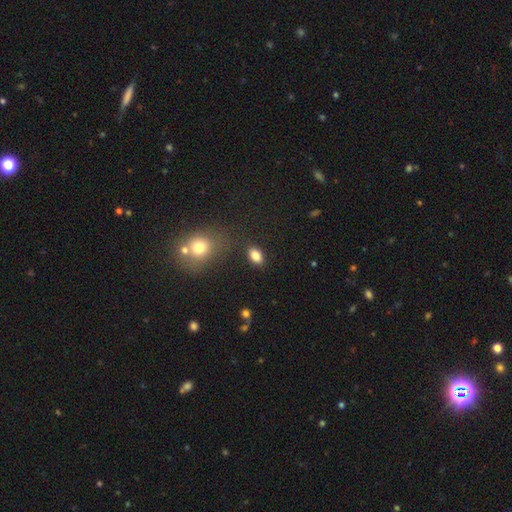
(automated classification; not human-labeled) This appears to be a smooth galaxy with no disk features (84%) that is in between round and cigar-shaped (87%). Merging: none (84%).